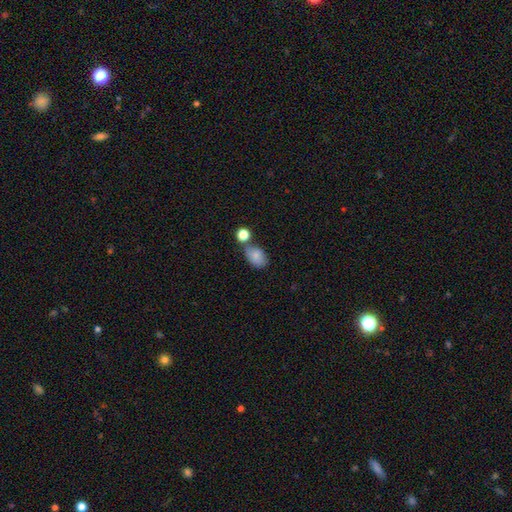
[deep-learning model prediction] Overall: smooth (82%). How rounded: in between (82%). Merging: none (53%; merger 24%).